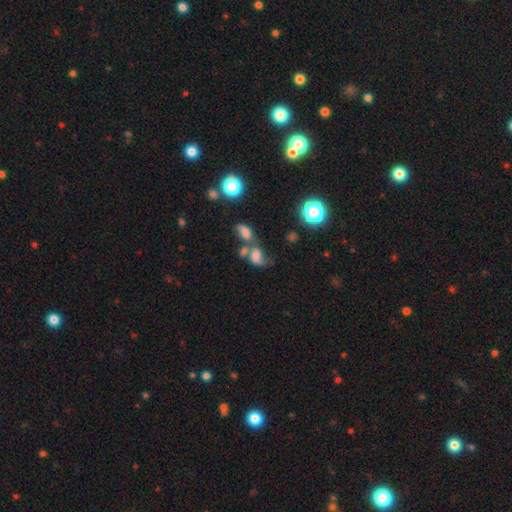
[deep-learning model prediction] Smooth or featured?
  - smooth: 54% *
  - featured or disk: 28%
  - star or artifact: 18%
How rounded?
  - in between: 73% *
  - round: 23%
  - cigar-shaped: 3%
Merging?
  - merger: 52% *
  - none: 22%
  - major disturbance: 14%
  - minor disturbance: 12%